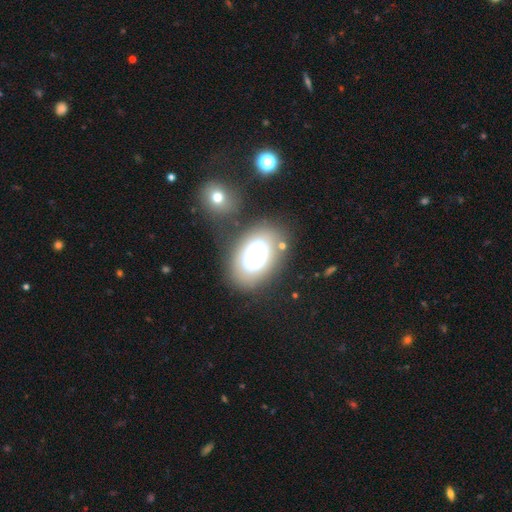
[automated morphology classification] Overall: featured or disk (58%; smooth 35%). Edge-on disk: no (93%). Bar: no (90%). Spiral arms: no (87%). Bulge size: moderate (62%; large 28%). Merging: none (73%).